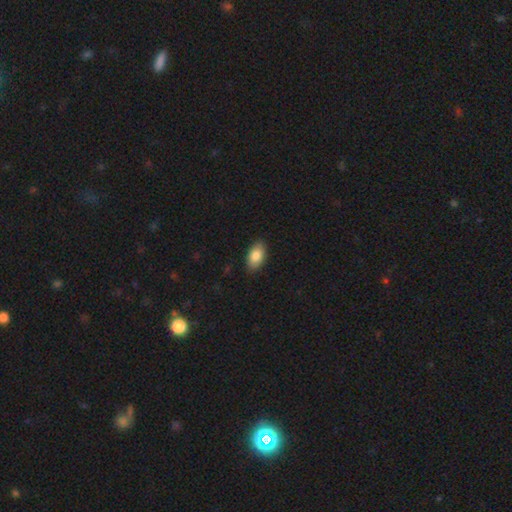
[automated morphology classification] type=smooth (85%); roundness=in between (93%); merging=none (88%).